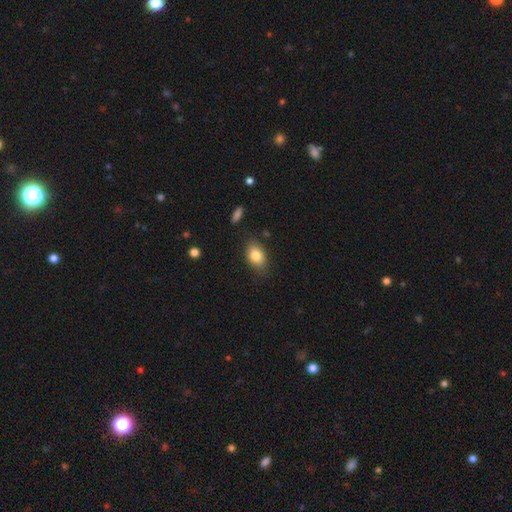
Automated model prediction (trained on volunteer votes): smooth-or-featured: smooth: 82% | featured or disk: 10% | star or artifact: 8%
  how-rounded: in between: 84% | round: 14% | cigar-shaped: 2%
  merging: none: 81% | minor disturbance: 14% | major disturbance: 3% | merger: 2%